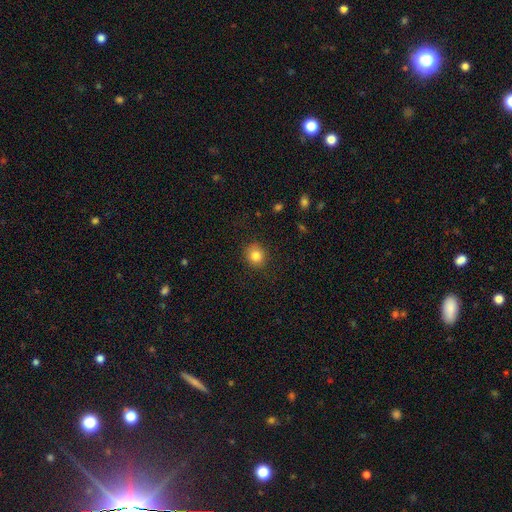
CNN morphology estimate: A smooth galaxy with no disk features (83%) that is round (87%).

Vote fractions:
- Smooth or featured? smooth: 83% / star or artifact: 10% / featured or disk: 6%
- How rounded? round: 87% / in between: 12% / cigar-shaped: 1%
- Merging? none: 86% / minor disturbance: 10% / major disturbance: 3% / merger: 1%